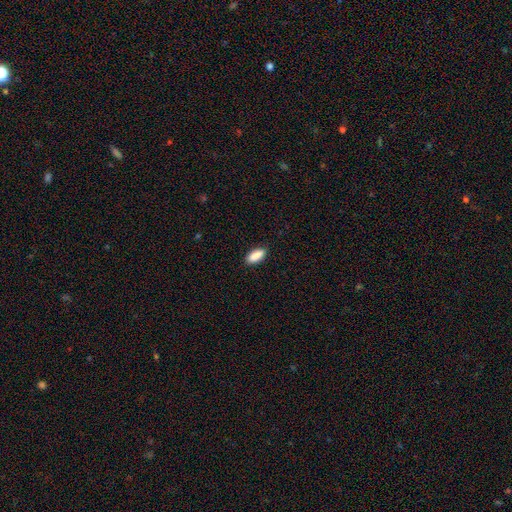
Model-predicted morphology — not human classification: smooth_or_featured: smooth (p=0.89) [alt: star or artifact p=0.07]
how_rounded: in between (p=0.83) [alt: cigar-shaped p=0.15]
merging: none (p=0.87) [alt: minor disturbance p=0.10]